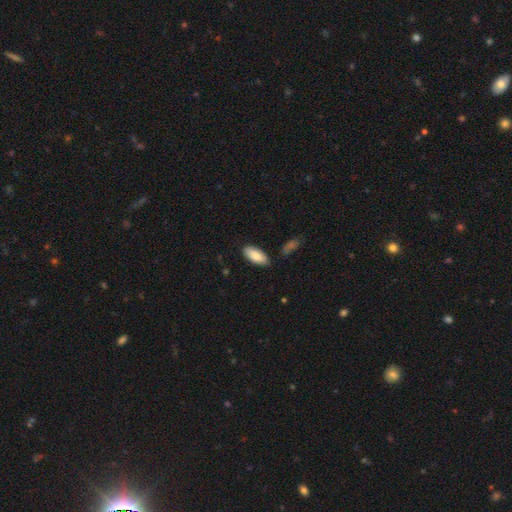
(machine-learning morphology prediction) smooth-or-featured: smooth: 85% | featured or disk: 10% | star or artifact: 6%
  how-rounded: in between: 87% | cigar-shaped: 11% | round: 2%
  merging: none: 84% | minor disturbance: 11% | merger: 3% | major disturbance: 2%